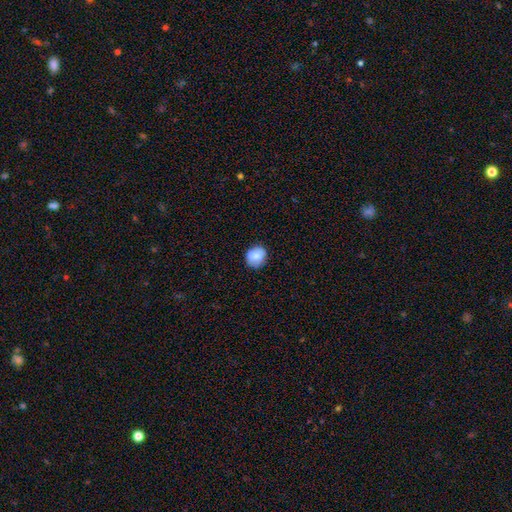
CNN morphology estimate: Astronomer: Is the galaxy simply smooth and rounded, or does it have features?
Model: smooth — 83%.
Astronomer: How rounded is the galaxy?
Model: round — 70%.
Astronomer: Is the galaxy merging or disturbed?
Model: none — 82%.